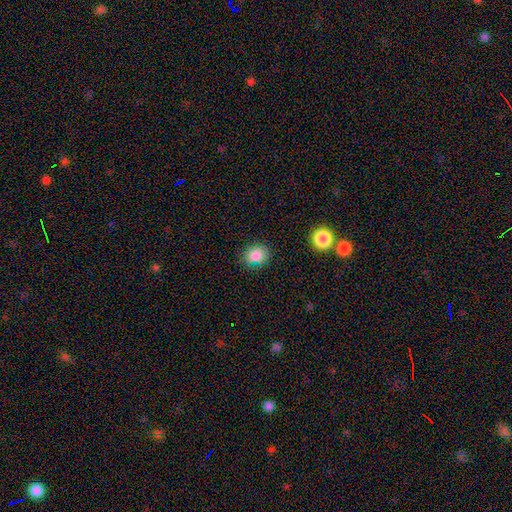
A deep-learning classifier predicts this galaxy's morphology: A smooth galaxy with no disk features (85%) that is round (63%).

Vote fractions:
- Smooth or featured? smooth: 85% / star or artifact: 10% / featured or disk: 5%
- How rounded? round: 63% / in between: 36% / cigar-shaped: 1%
- Merging? none: 79% / minor disturbance: 15% / major disturbance: 4% / merger: 2%